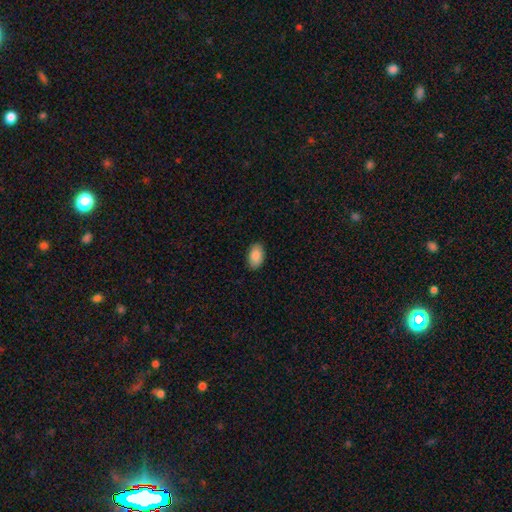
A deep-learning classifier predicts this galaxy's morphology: Q: Smooth or featured?
A: smooth (89%); runner-up: star or artifact (7%)
Q: How rounded?
A: in between (93%); runner-up: round (6%)
Q: Merging?
A: none (88%); runner-up: minor disturbance (9%)